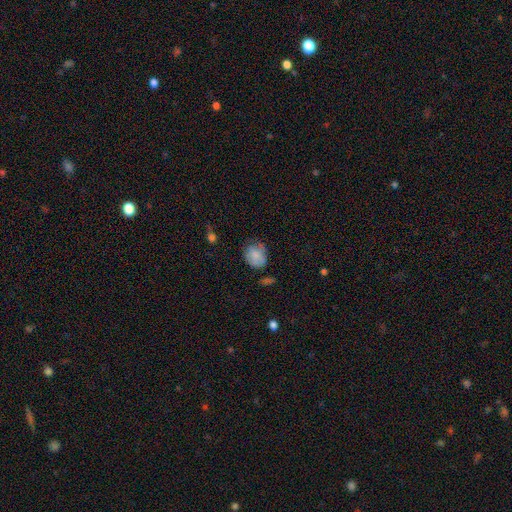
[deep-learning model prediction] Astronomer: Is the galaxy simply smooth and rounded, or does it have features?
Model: smooth — 77%.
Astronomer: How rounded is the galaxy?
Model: round — 53% (runner-up: in between, 46%).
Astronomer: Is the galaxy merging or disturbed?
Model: none — 53% (runner-up: minor disturbance, 33%).